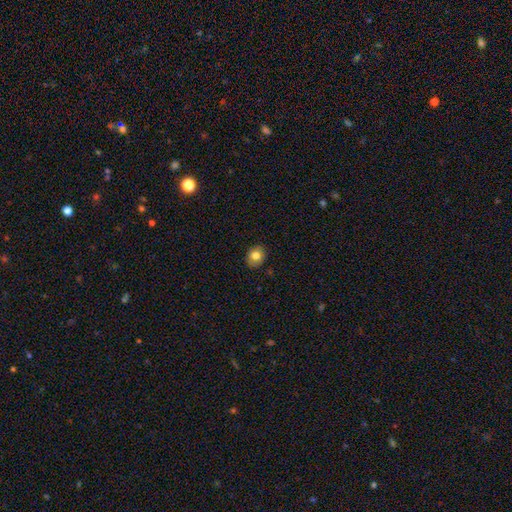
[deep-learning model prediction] smooth-or-featured: smooth: 79% | featured or disk: 11% | star or artifact: 10%
  how-rounded: round: 64% | in between: 35% | cigar-shaped: 1%
  merging: none: 87% | minor disturbance: 10% | major disturbance: 2% | merger: 1%